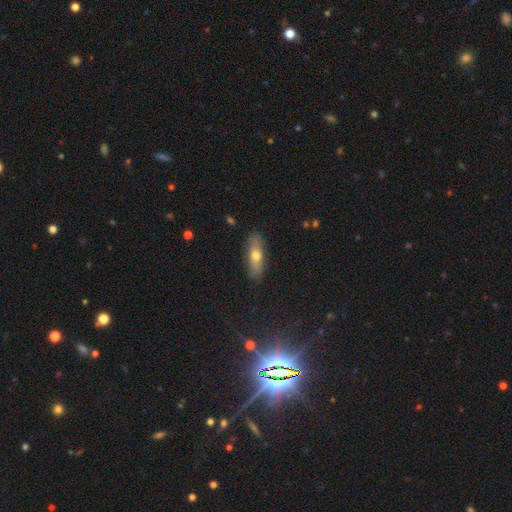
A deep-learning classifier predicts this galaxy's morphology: A smooth galaxy with no disk features (62%) that is in between round and cigar-shaped (61%).

Vote fractions:
- Smooth or featured? smooth: 62% / featured or disk: 30% / star or artifact: 7%
- How rounded? in between: 61% / cigar-shaped: 35% / round: 4%
- Merging? none: 85% / minor disturbance: 11% / major disturbance: 2% / merger: 1%